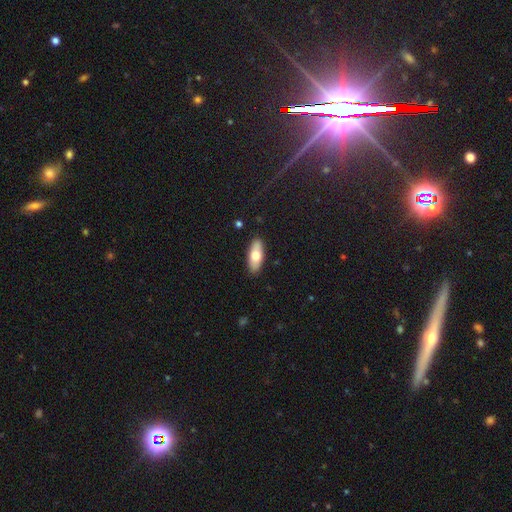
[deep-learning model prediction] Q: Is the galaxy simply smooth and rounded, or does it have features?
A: smooth — 70%.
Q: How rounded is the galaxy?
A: in between — 80%.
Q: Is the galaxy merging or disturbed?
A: none — 88%.